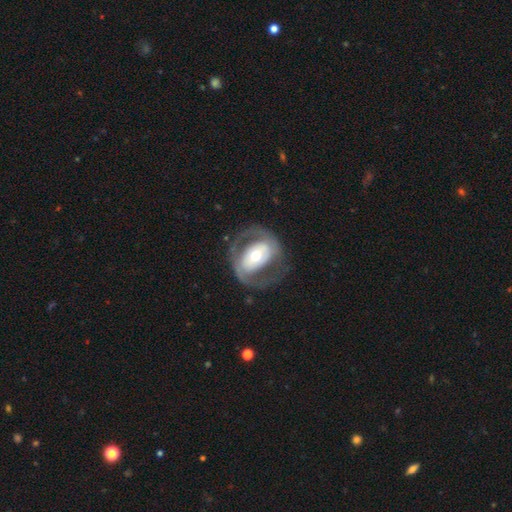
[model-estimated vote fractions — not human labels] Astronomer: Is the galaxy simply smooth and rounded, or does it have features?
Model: featured or disk — 75%.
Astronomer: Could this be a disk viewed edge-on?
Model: no — 95%.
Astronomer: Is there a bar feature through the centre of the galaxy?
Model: no — 43% (runner-up: strong, 31%).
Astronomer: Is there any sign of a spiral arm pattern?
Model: yes — 63%.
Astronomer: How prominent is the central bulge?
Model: moderate — 61%.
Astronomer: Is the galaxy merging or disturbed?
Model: none — 65%.